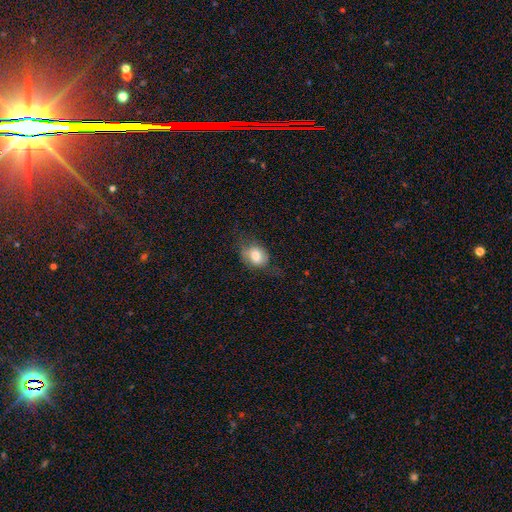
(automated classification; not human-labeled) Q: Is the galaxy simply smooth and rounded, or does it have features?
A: smooth — 73%.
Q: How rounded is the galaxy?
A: in between — 63%.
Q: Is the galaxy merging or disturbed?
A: none — 50%.